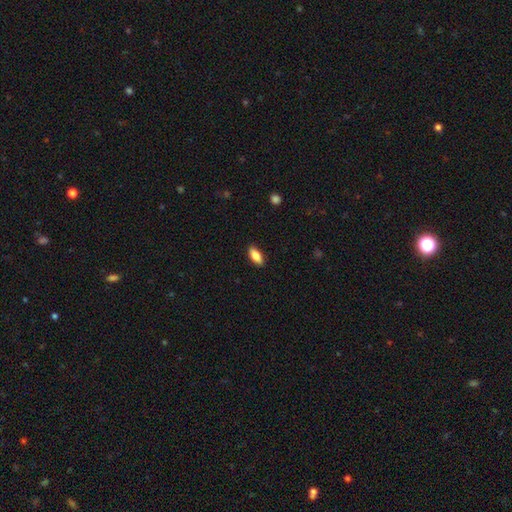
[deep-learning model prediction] Smooth or featured: smooth — 83% (featured or disk — 11%)
How rounded: in between — 81% (cigar-shaped — 17%)
Merging: none — 88% (minor disturbance — 9%)